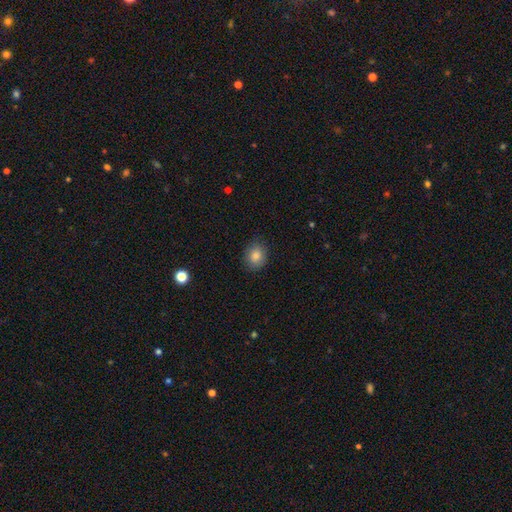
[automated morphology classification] smooth_or_featured: smooth (p=0.84) [alt: star or artifact p=0.10]
how_rounded: round (p=0.55) [alt: in between p=0.45]
merging: none (p=0.85) [alt: minor disturbance p=0.11]